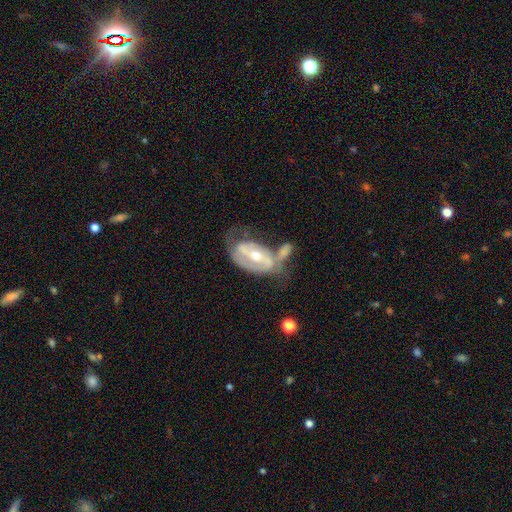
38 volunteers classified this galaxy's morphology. Smooth or featured? featured or disk (87%)
Edge-on disk? no (97%)
Bar? strong (59%)
Spiral arms? yes (94%)
Spiral winding? tight (43%)
Spiral arm count? 2 (80%)
Bulge size? moderate (53%)
Merging? none (37%)